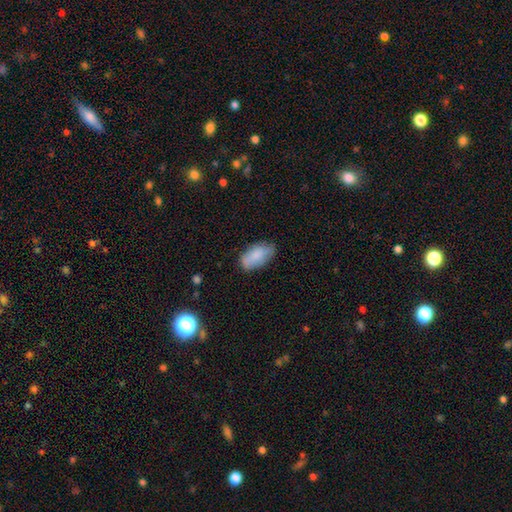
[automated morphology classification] smooth_or_featured: smooth (p=0.85) [alt: featured or disk p=0.09]
how_rounded: in between (p=0.93) [alt: cigar-shaped p=0.04]
merging: none (p=0.73) [alt: minor disturbance p=0.21]